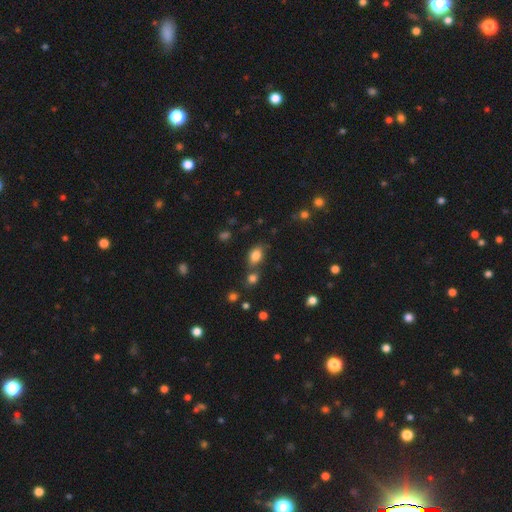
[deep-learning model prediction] Smooth or featured: smooth — 82% (star or artifact — 11%)
How rounded: in between — 81% (round — 17%)
Merging: none — 61% (merger — 21%)